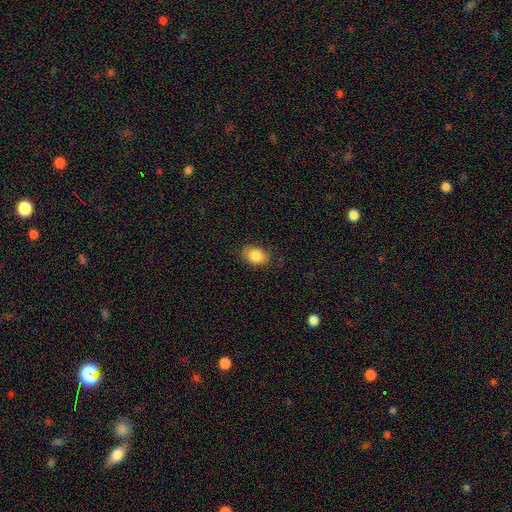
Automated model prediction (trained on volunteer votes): smooth_or_featured: smooth (p=0.86) [alt: star or artifact p=0.08]
how_rounded: in between (p=0.77) [alt: round p=0.22]
merging: none (p=0.82) [alt: minor disturbance p=0.14]